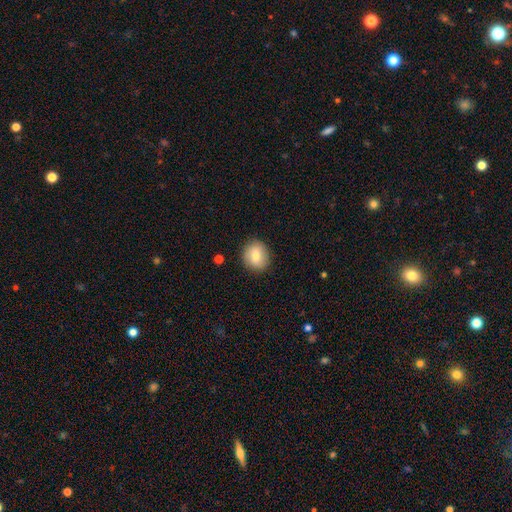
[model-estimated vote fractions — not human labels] Morphology: type=smooth (77%); roundness=round (79%); merging=none (88%).